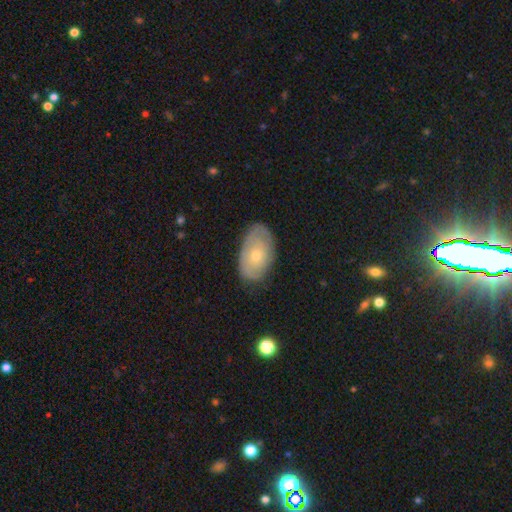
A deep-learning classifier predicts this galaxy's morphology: Smooth or featured?
  - featured or disk: 48% *
  - smooth: 46%
  - star or artifact: 6%
Merging?
  - none: 75% *
  - minor disturbance: 19%
  - major disturbance: 5%
  - merger: 1%